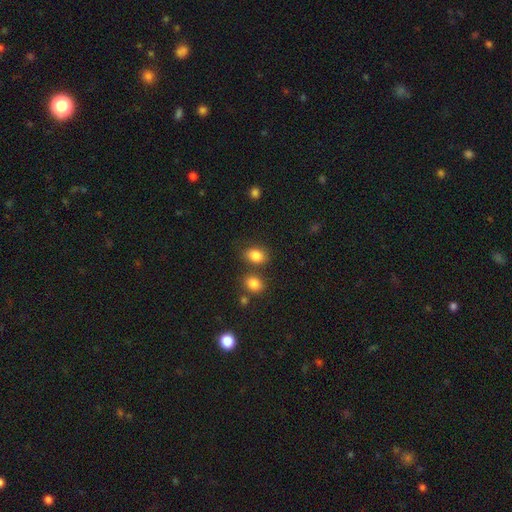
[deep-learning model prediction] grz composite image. It shows a smooth galaxy with no disk features (85%) that is in between round and cigar-shaped (74%). Merging: none (68%).